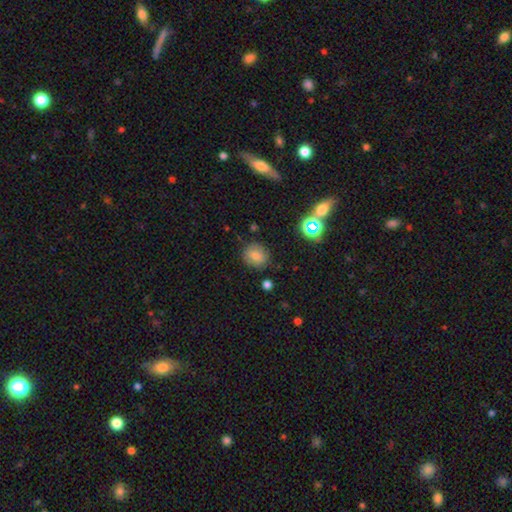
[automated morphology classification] smooth 77%, star or artifact 13%, featured or disk 10%. Down the decision tree: how rounded — round (75%); merging — none (83%).